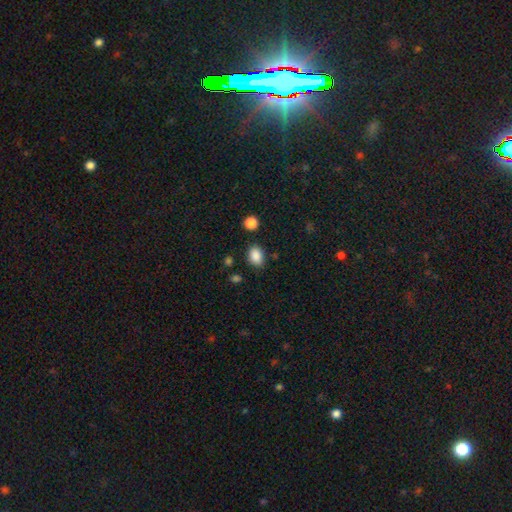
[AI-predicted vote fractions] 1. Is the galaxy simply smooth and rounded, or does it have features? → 88% smooth, 9% star or artifact, 3% featured or disk.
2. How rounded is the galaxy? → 73% in between, 26% round, 1% cigar-shaped.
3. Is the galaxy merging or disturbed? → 82% none, 11% minor disturbance, 3% major disturbance, 3% merger.